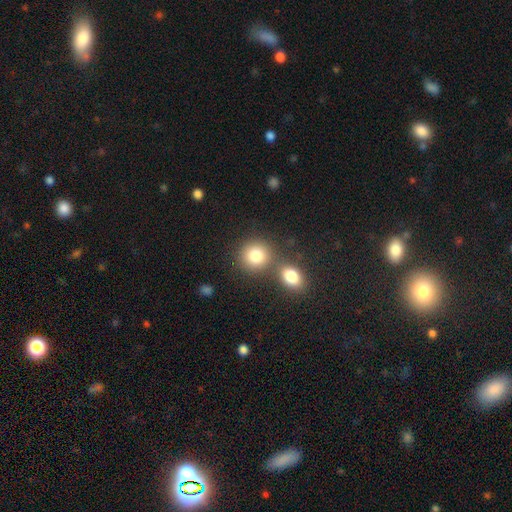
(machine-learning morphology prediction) smooth-or-featured: smooth: 82% | star or artifact: 10% | featured or disk: 8%
  how-rounded: round: 84% | in between: 15% | cigar-shaped: 1%
  merging: none: 59% | merger: 29% | minor disturbance: 8% | major disturbance: 3%